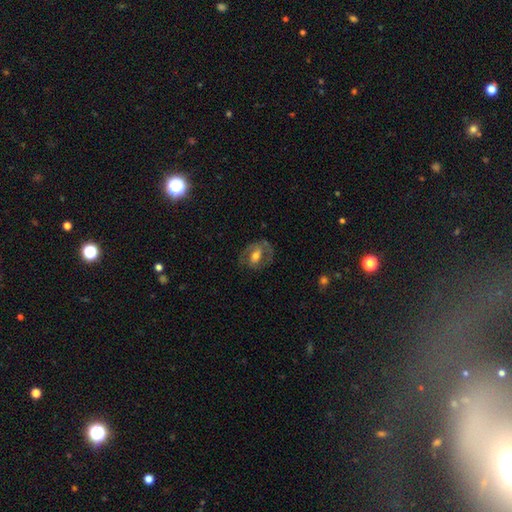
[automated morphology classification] A featured or disk galaxy (63%) with no bar (39%), spiral arms (67%) and a moderate central bulge (61%).

Vote fractions:
- Smooth or featured? featured or disk: 63% / smooth: 30% / star or artifact: 7%
- Edge-on disk? no: 95% / yes: 5%
- Bar? no: 39% / weak: 37% / strong: 24%
- Spiral arms? yes: 67% / no: 33%
- Bulge size? moderate: 61% / small: 19% / large: 16% / none: 2% / dominant: 2%
- Merging? none: 65% / minor disturbance: 19% / major disturbance: 14% / merger: 2%